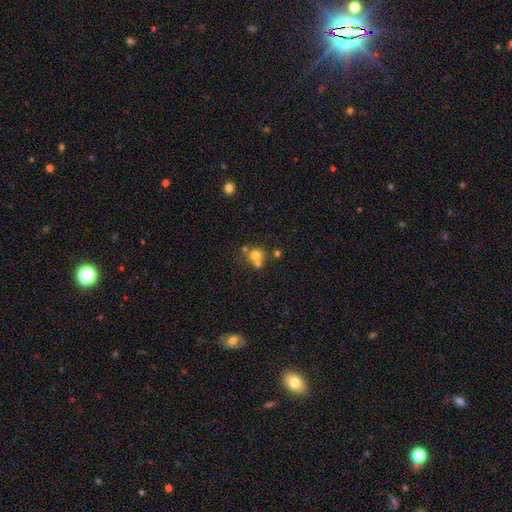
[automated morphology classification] Smooth or featured? smooth (70%)
How rounded? round (84%)
Merging? merger (45%)